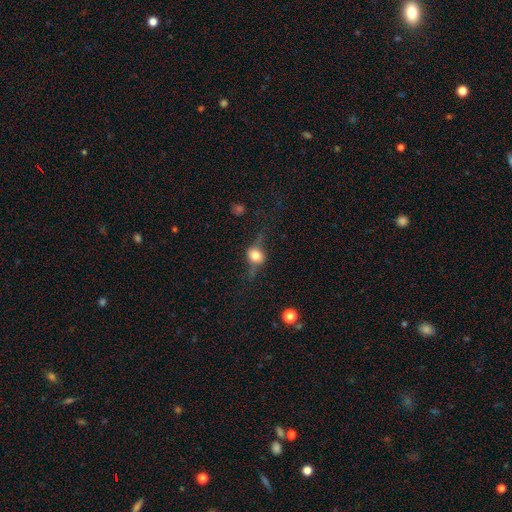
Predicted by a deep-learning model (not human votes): Smooth or featured? Predicted: smooth (p=0.54). How rounded? Predicted: round (p=0.63). Merging? Predicted: none (p=0.61).